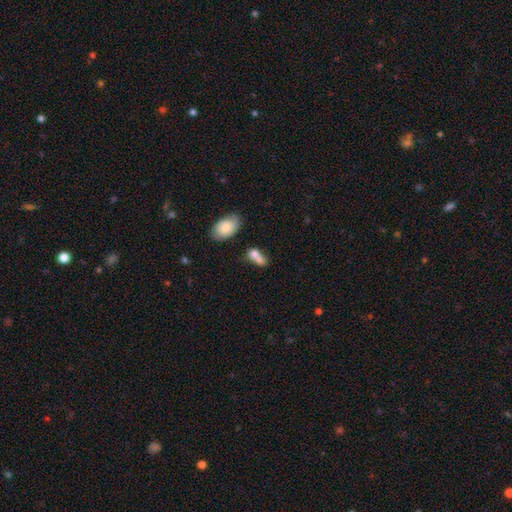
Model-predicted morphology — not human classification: smooth 75%, featured or disk 16%, star or artifact 9%. Down the decision tree: how rounded — in between (68%); merging — merger (56%).